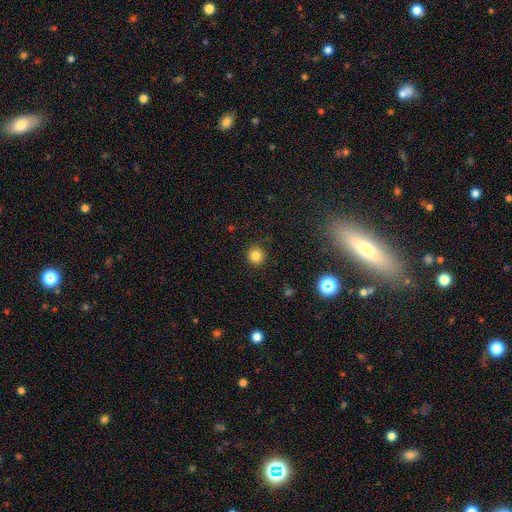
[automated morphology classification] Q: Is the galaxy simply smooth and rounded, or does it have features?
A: smooth — 82%.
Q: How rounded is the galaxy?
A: round — 94%.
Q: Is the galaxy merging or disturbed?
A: none — 89%.